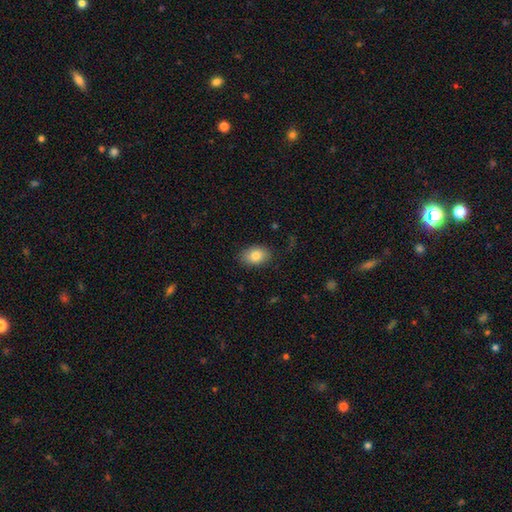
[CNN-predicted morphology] type=smooth (83%); roundness=in between (80%); merging=none (85%).